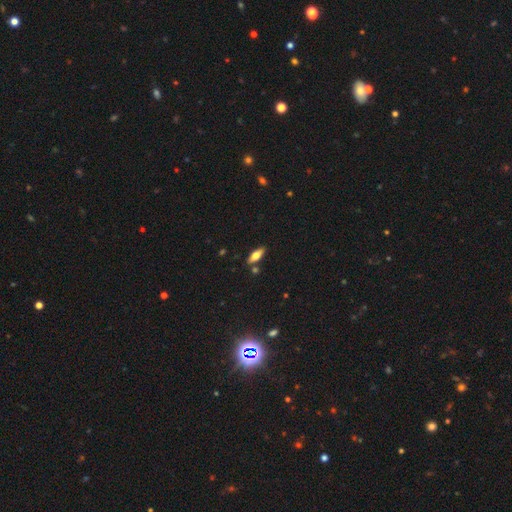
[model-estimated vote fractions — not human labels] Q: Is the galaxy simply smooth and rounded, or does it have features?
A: smooth — 58%.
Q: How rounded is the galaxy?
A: in between — 65%.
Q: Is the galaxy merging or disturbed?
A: none — 82%.